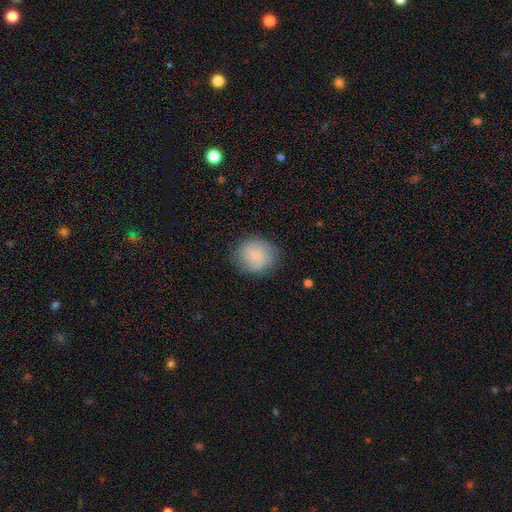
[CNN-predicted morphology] The model was most divided on "smooth or featured": smooth: 52%, featured or disk: 40%, star or artifact: 8%. More confident: how rounded — round (81%); merging — none (76%).